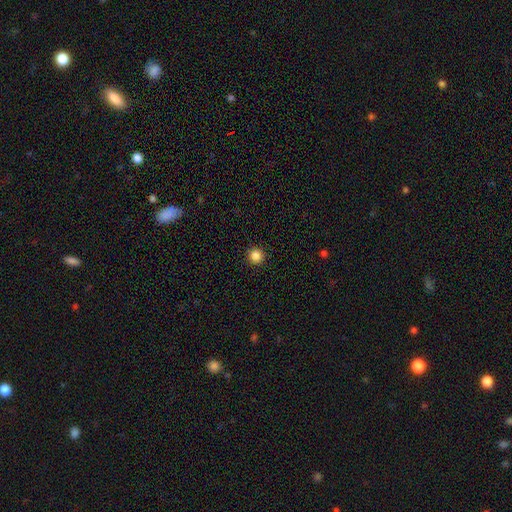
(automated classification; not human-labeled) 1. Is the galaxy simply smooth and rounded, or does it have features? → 86% smooth, 11% star or artifact, 3% featured or disk.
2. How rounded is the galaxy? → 95% round, 4% in between, 1% cigar-shaped.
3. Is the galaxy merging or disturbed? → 93% none, 4% minor disturbance, 2% major disturbance, 1% merger.